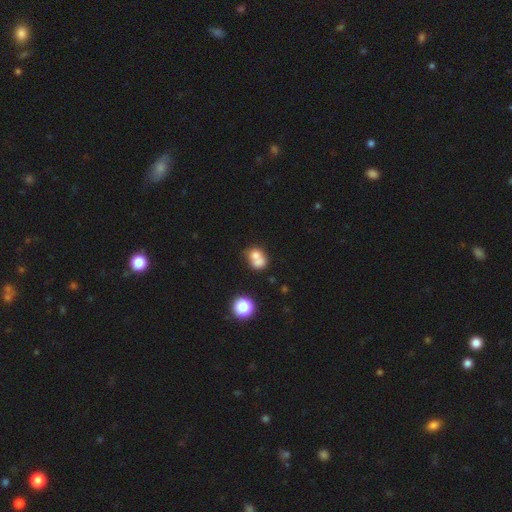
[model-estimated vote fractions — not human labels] Smooth or featured? smooth (68%)
How rounded? round (62%)
Merging? merger (63%)